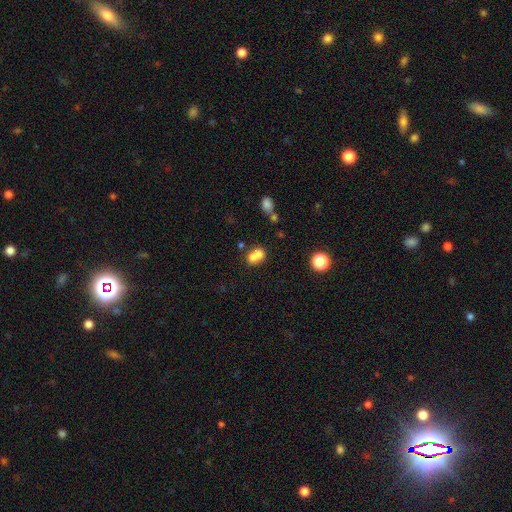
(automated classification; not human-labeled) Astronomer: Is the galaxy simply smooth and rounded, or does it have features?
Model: smooth — 70%.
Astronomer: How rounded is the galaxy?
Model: round — 59% (runner-up: in between, 40%).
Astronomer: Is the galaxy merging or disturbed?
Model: merger — 64%.